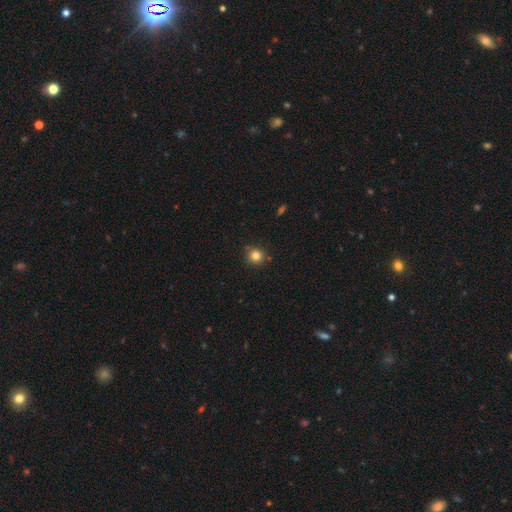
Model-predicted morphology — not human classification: smooth_or_featured: smooth (p=0.81) [alt: star or artifact p=0.12]
how_rounded: round (p=0.93) [alt: in between p=0.06]
merging: none (p=0.85) [alt: minor disturbance p=0.09]